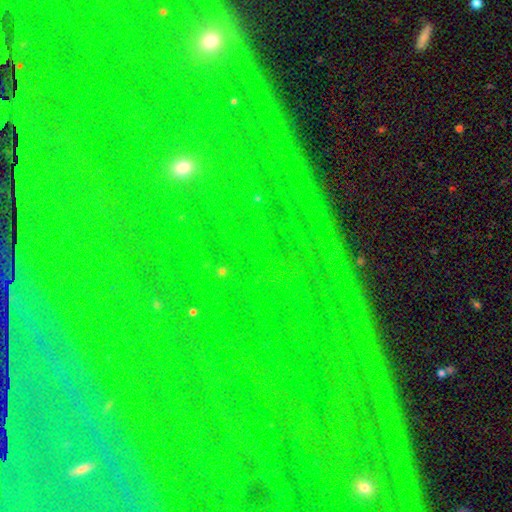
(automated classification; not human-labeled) Overall: star or artifact (81%).